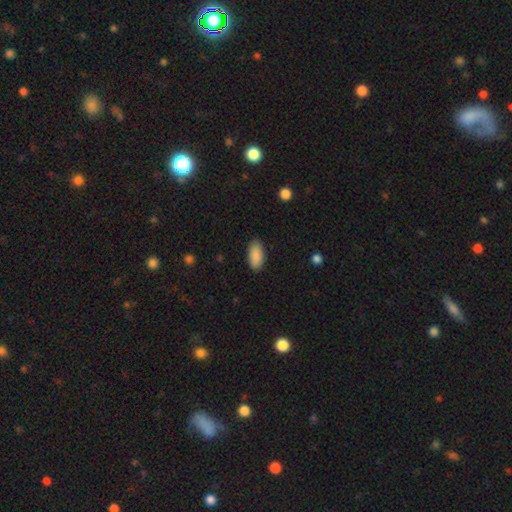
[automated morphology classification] type=smooth (90%); roundness=in between (91%); merging=none (87%).